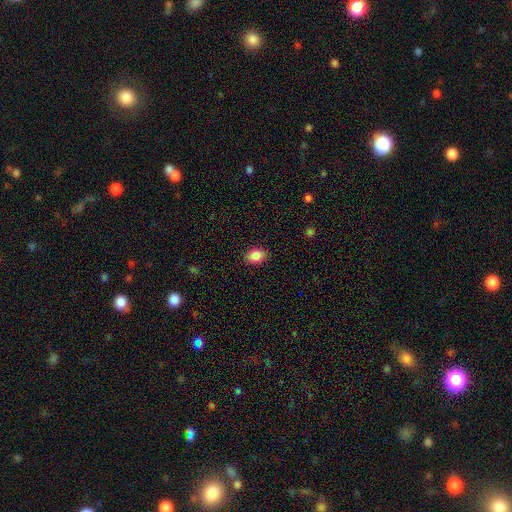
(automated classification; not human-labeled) A smooth galaxy with no disk features (87%) that is in between round and cigar-shaped (73%).

Vote fractions:
- Smooth or featured? smooth: 87% / star or artifact: 8% / featured or disk: 5%
- How rounded? in between: 73% / round: 26% / cigar-shaped: 1%
- Merging? none: 87% / minor disturbance: 10% / major disturbance: 2% / merger: 1%